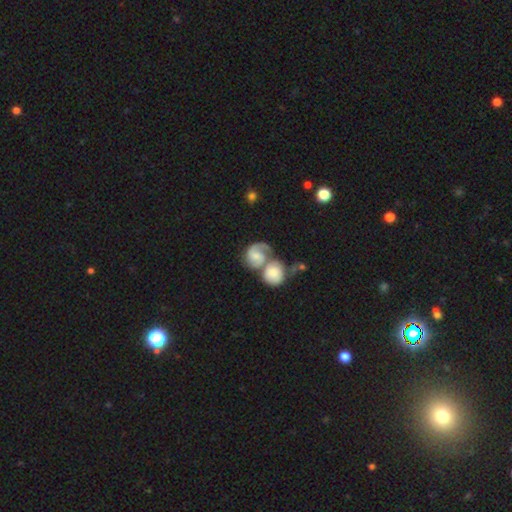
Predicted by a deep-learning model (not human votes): smooth_or_featured: featured or disk (p=0.73) [alt: smooth p=0.21]
disk_edge_on: no (p=0.98) [alt: yes p=0.02]
bar: no (p=0.56) [alt: weak p=0.36]
has_spiral_arms: yes (p=0.94) [alt: no p=0.06]
spiral_winding: medium (p=0.48) [alt: tight p=0.32]
spiral_arm_count: 2 (p=0.71) [alt: 1 p=0.17]
bulge_size: small (p=0.46) [alt: moderate p=0.37]
merging: merger (p=0.57) [alt: none p=0.25]